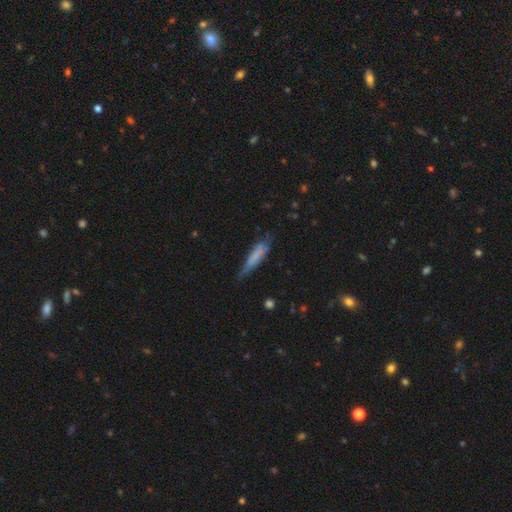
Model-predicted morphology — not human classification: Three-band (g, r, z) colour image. It shows a smooth galaxy with no disk features (63%) that is cigar-shaped (81%). Merging: none (53%).